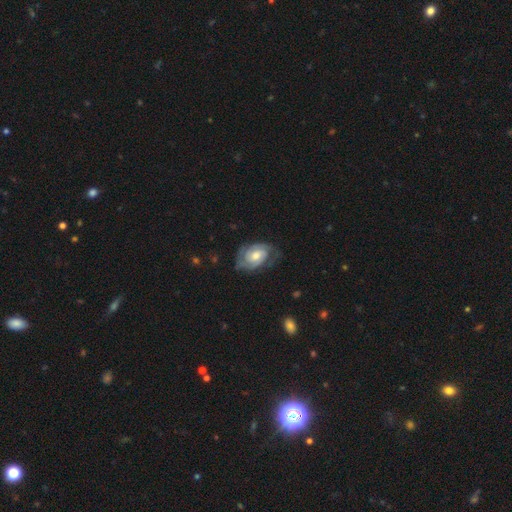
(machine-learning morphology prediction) Smooth or featured: featured or disk — 73% (smooth — 22%)
Edge-on disk: no — 96% (yes — 4%)
Bar: no — 66% (weak — 28%)
Spiral arms: yes — 89% (no — 11%)
Spiral winding: tight — 57% (medium — 33%)
Spiral arm count: 2 — 55% (can't tell — 25%)
Bulge size: moderate — 63% (small — 22%)
Merging: none — 64% (minor disturbance — 24%)